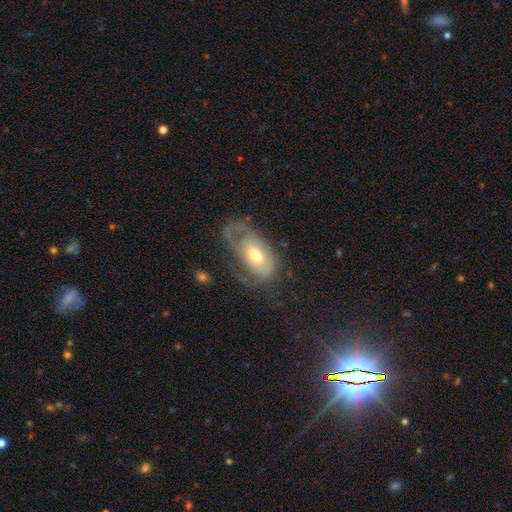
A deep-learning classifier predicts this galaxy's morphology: This is possibly a featured or disk galaxy (54%). It is clearly not viewed edge-on (91%). Merging: marginally major disturbance (41%).